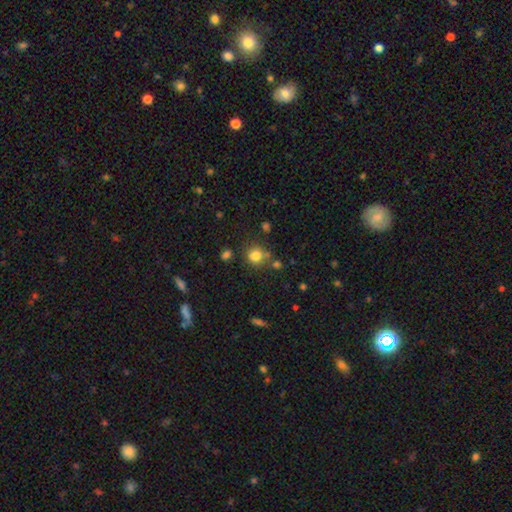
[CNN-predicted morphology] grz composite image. It shows a smooth galaxy with no disk features (81%) that is round (85%). Merging: none (70%).